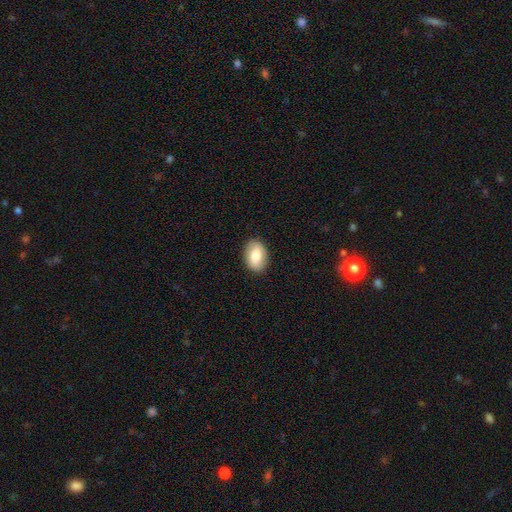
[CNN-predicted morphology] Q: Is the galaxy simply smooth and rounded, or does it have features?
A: smooth — 75%.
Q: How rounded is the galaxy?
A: in between — 84%.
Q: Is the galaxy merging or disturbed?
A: none — 89%.